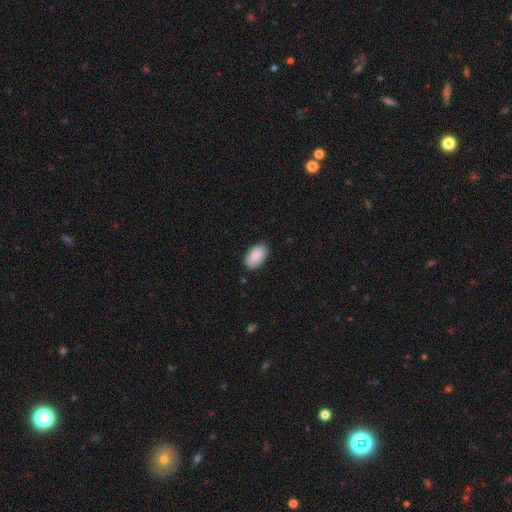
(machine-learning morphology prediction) type=smooth (90%); roundness=in between (95%); merging=none (87%).